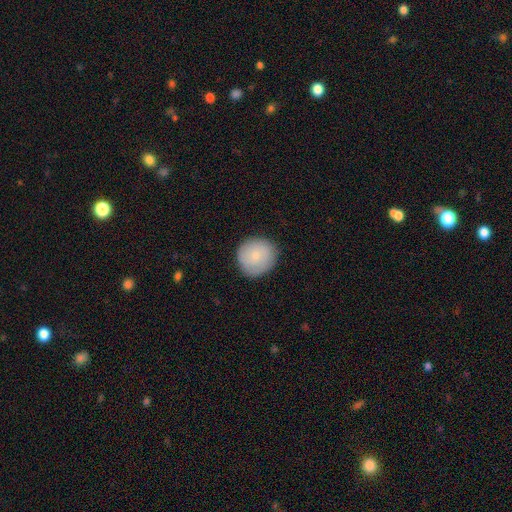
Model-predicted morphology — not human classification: smooth-or-featured: smooth: 77% | featured or disk: 16% | star or artifact: 7%
  how-rounded: round: 90% | in between: 9% | cigar-shaped: 1%
  merging: none: 85% | minor disturbance: 11% | major disturbance: 2% | merger: 1%